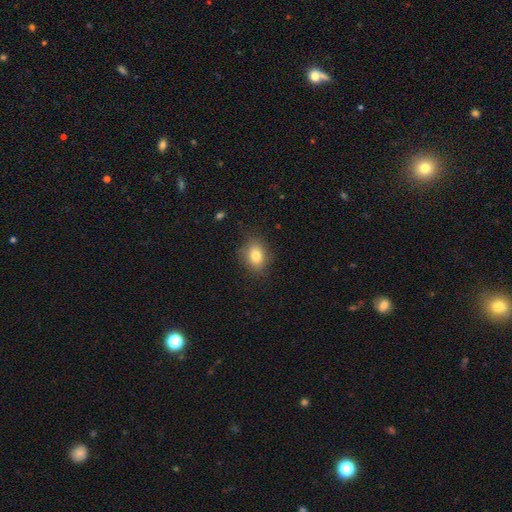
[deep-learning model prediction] Q: Smooth or featured?
A: smooth (79%); runner-up: star or artifact (11%)
Q: How rounded?
A: in between (61%); runner-up: round (37%)
Q: Merging?
A: none (82%); runner-up: minor disturbance (13%)